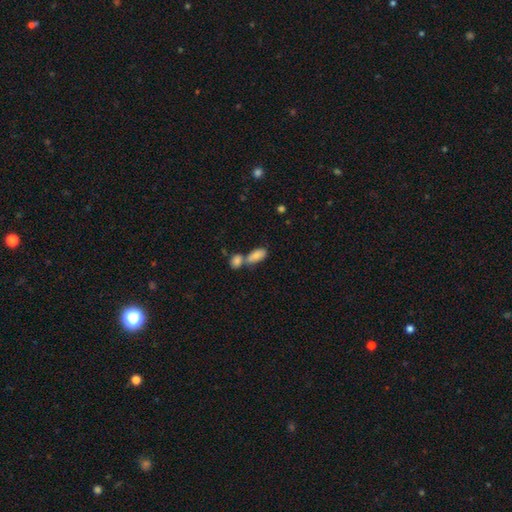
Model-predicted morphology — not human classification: type=smooth (84%); roundness=in between (90%); merging=merger (56%).